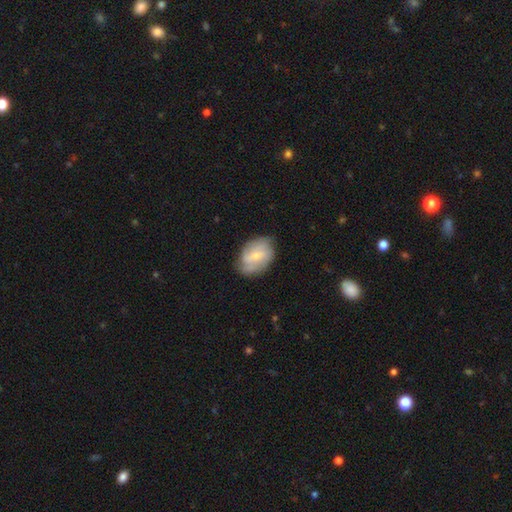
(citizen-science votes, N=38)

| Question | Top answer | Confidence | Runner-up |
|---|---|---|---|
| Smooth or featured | featured or disk | 47% | smooth (45%) |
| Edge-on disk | no | 100% | — |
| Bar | weak | 50% | no (28%) |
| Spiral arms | yes | 72% | no (28%) |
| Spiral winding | medium | 62% | loose (23%) |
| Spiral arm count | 2 | 77% | can't tell (23%) |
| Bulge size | small | 67% | moderate (33%) |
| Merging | none | 83% | minor disturbance (11%) |